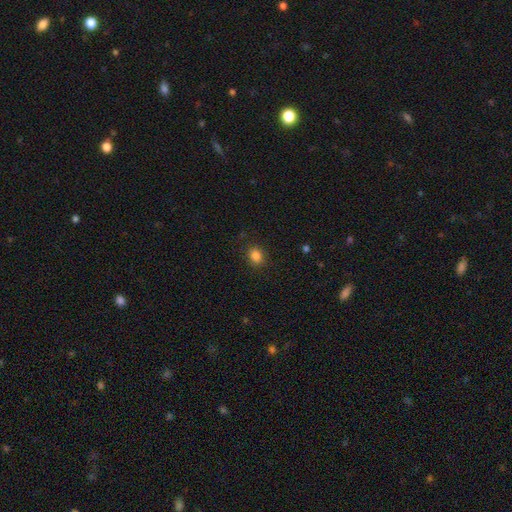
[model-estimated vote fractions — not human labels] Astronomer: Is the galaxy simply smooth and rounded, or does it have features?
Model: smooth — 85%.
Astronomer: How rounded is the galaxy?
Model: round — 54% (runner-up: in between, 45%).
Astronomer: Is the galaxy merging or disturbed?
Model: none — 87%.